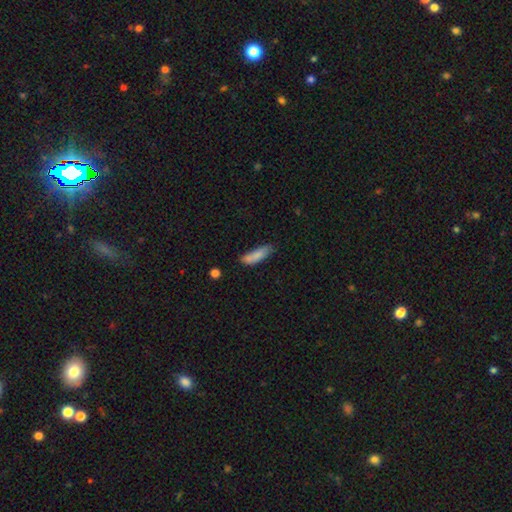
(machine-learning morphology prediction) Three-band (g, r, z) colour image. It shows a smooth galaxy with no disk features (83%) that is in between round and cigar-shaped (51%). Merging: none (60%).